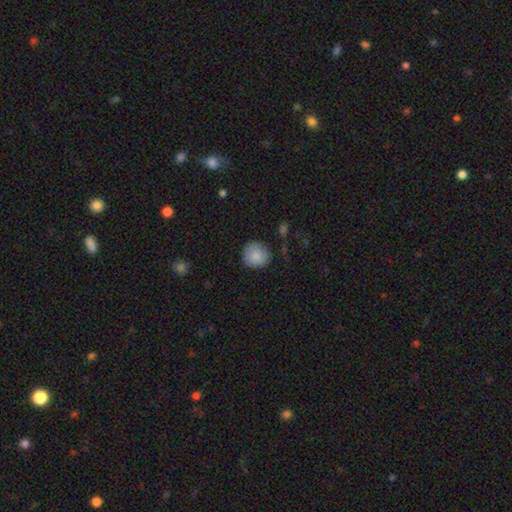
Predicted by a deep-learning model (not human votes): smooth-or-featured: smooth: 86% | star or artifact: 7% | featured or disk: 7%
  how-rounded: round: 92% | in between: 7% | cigar-shaped: 1%
  merging: none: 84% | minor disturbance: 11% | major disturbance: 3% | merger: 1%